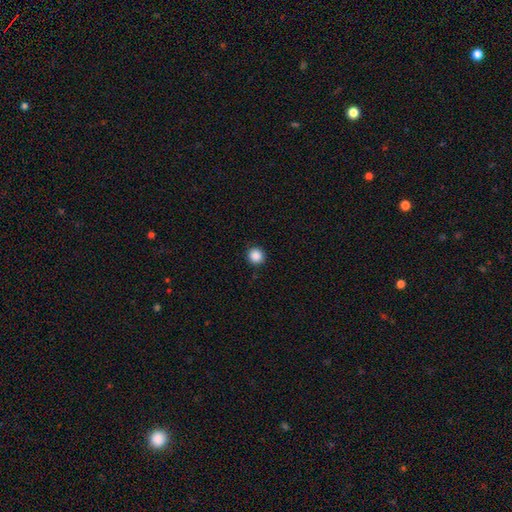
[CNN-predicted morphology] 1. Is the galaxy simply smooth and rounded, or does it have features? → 88% smooth, 10% star or artifact, 2% featured or disk.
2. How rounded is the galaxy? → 94% round, 5% in between, 1% cigar-shaped.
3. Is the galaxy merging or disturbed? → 92% none, 5% minor disturbance, 2% major disturbance, 1% merger.